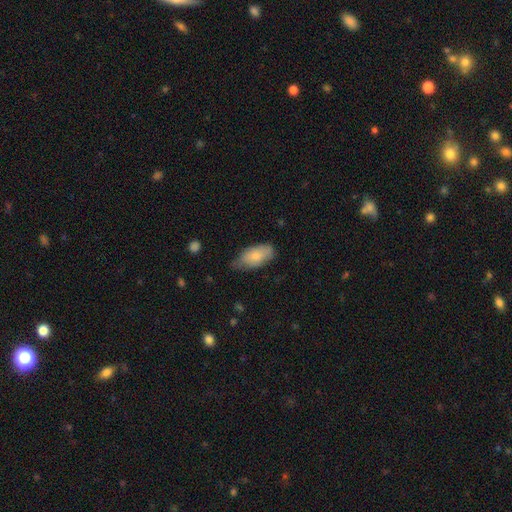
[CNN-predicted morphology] A smooth galaxy with no disk features (77%) that is in between round and cigar-shaped (92%).

Vote fractions:
- Smooth or featured? smooth: 77% / featured or disk: 17% / star or artifact: 6%
- How rounded? in between: 92% / cigar-shaped: 5% / round: 3%
- Merging? none: 54% / minor disturbance: 38% / major disturbance: 7% / merger: 2%